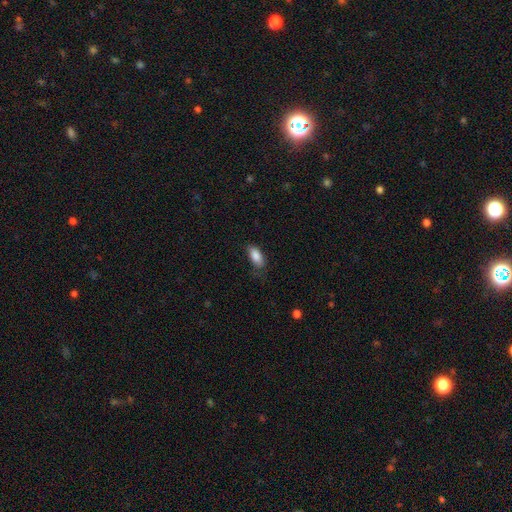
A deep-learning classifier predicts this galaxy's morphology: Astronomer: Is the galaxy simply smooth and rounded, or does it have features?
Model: smooth — 87%.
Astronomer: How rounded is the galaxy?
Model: in between — 89%.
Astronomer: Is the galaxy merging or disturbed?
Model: none — 70%.